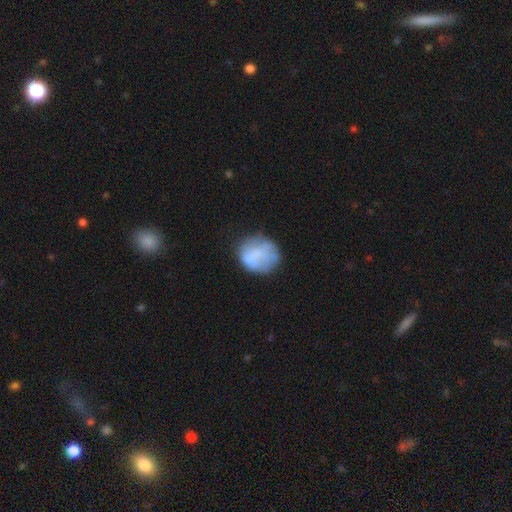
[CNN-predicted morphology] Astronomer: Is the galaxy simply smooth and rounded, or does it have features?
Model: smooth — 63%.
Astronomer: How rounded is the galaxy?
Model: round — 80%.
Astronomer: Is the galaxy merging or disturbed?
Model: none — 60%.